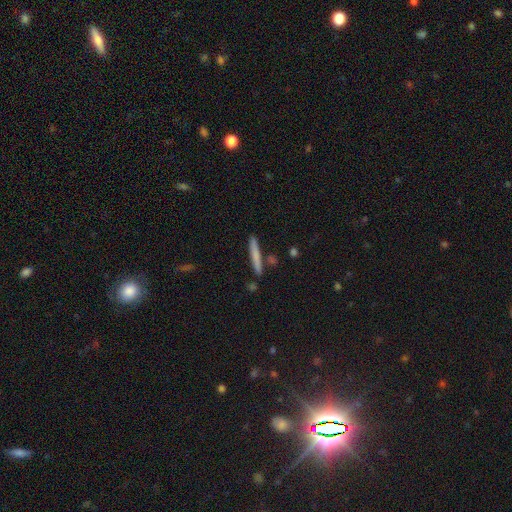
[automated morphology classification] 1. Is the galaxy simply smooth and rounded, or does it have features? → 68% smooth, 26% featured or disk, 6% star or artifact.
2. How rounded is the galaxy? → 96% cigar-shaped, 3% in between, 1% round.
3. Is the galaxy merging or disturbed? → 85% none, 8% minor disturbance, 5% merger, 2% major disturbance.